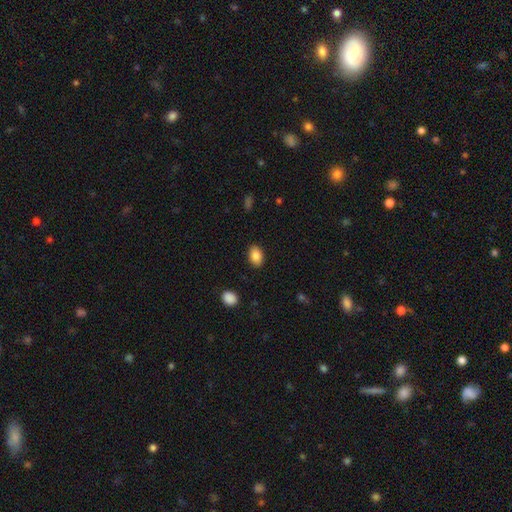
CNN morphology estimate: smooth-or-featured: smooth: 86% | star or artifact: 8% | featured or disk: 6%
  how-rounded: in between: 83% | round: 15% | cigar-shaped: 1%
  merging: none: 87% | minor disturbance: 9% | major disturbance: 3% | merger: 1%